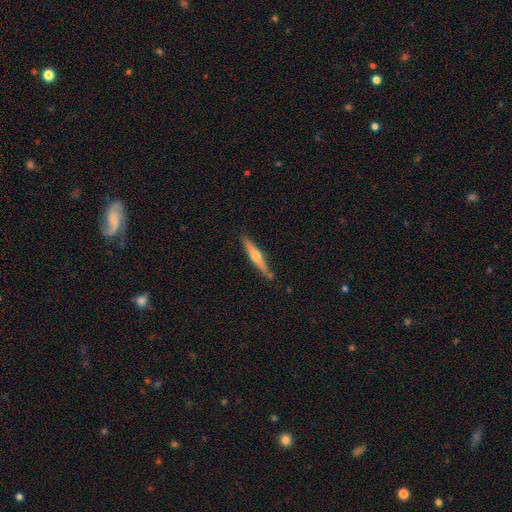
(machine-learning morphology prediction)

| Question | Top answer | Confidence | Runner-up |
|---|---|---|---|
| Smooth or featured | featured or disk | 63% | smooth (32%) |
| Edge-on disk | yes | 97% | no (3%) |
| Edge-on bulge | rounded | 88% | boxy (7%) |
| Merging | none | 86% | minor disturbance (10%) |